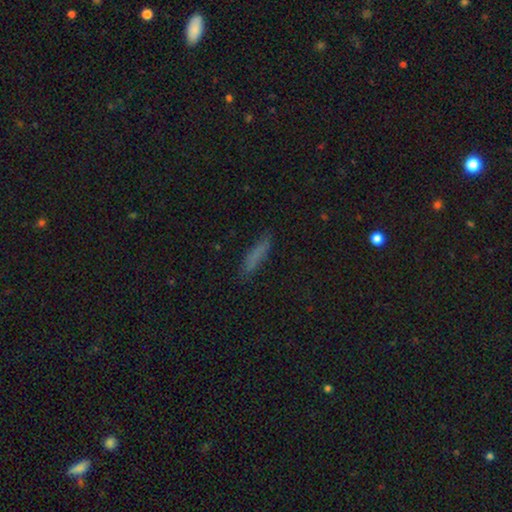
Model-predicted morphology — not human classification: smooth-or-featured: smooth: 72% | featured or disk: 16% | star or artifact: 12%
  how-rounded: cigar-shaped: 85% | in between: 13% | round: 2%
  merging: none: 81% | minor disturbance: 14% | major disturbance: 3% | merger: 2%